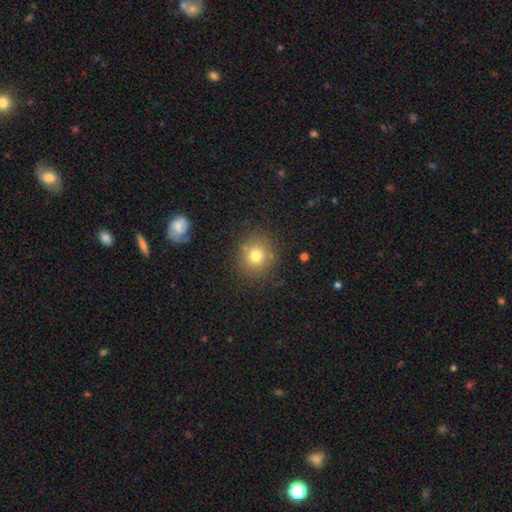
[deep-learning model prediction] Smooth or featured? Predicted: smooth (p=0.75). How rounded? Predicted: round (p=0.86). Merging? Predicted: none (p=0.84).